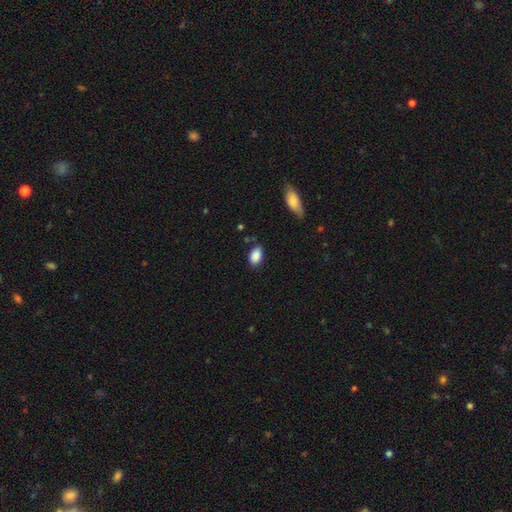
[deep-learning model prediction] Q: Smooth or featured?
A: smooth (88%); runner-up: star or artifact (8%)
Q: How rounded?
A: in between (89%); runner-up: round (9%)
Q: Merging?
A: none (74%); runner-up: minor disturbance (20%)